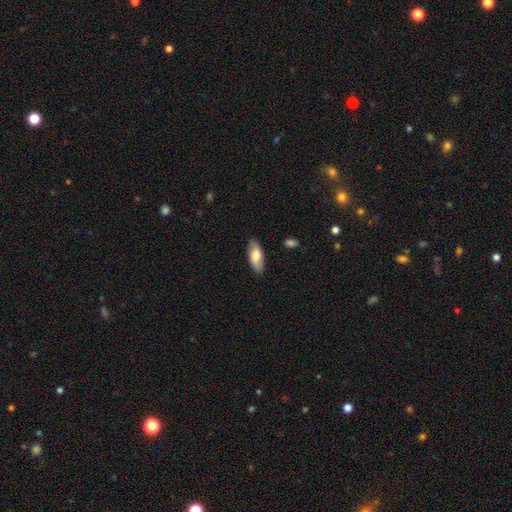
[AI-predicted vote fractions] This appears to be a smooth galaxy with no disk features (72%) that is in between round and cigar-shaped (82%). Merging: none (85%).